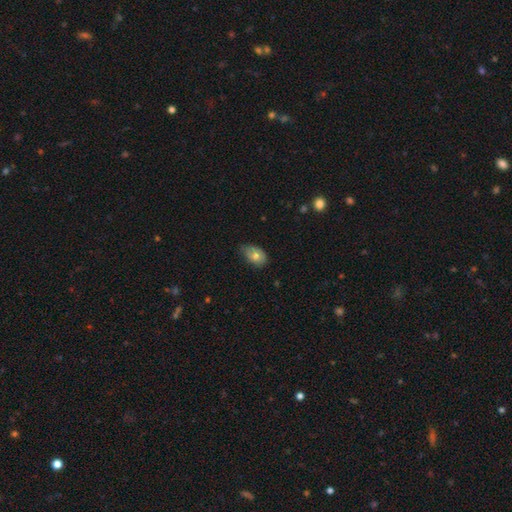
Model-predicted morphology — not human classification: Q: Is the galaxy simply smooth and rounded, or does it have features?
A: smooth — 73%.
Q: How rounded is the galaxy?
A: in between — 86%.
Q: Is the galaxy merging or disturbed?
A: none — 55%.